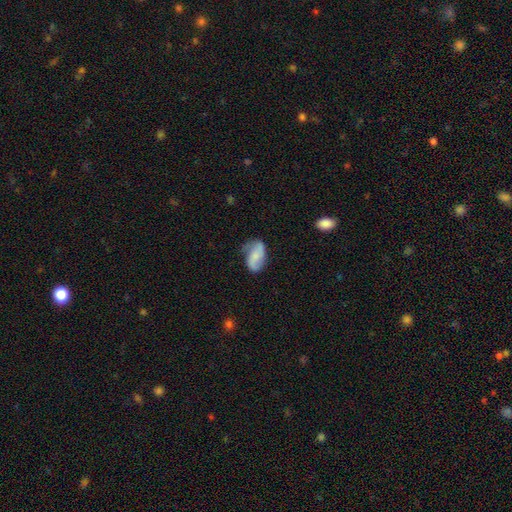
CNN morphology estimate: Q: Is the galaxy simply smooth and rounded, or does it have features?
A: featured or disk — 49%.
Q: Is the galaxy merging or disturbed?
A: none — 59%.